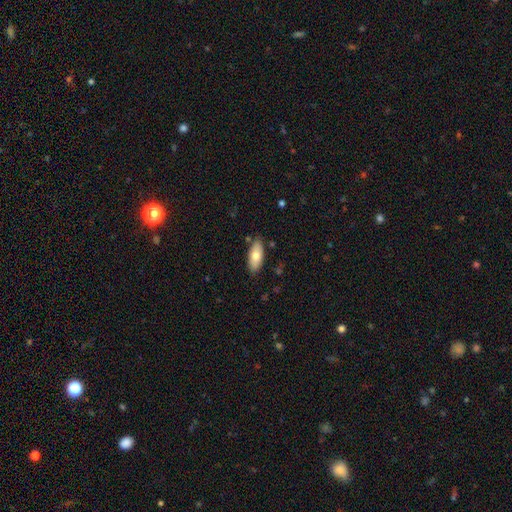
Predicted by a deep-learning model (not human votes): smooth_or_featured: smooth (p=0.74) [alt: featured or disk p=0.20]
how_rounded: in between (p=0.86) [alt: cigar-shaped p=0.12]
merging: none (p=0.84) [alt: minor disturbance p=0.12]